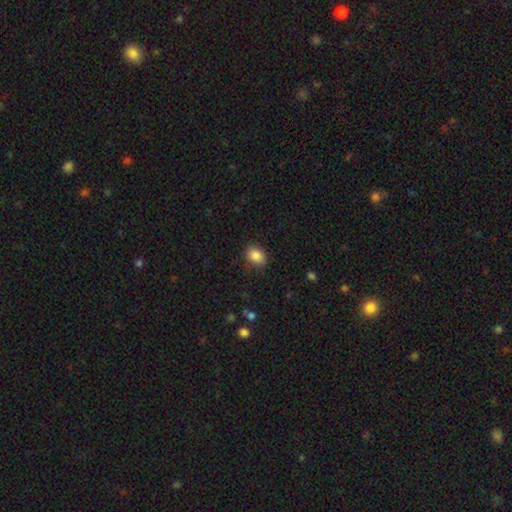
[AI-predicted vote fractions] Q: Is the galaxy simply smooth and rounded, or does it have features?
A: smooth — 86%.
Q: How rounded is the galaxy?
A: in between — 68%.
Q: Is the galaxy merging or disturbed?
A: none — 85%.